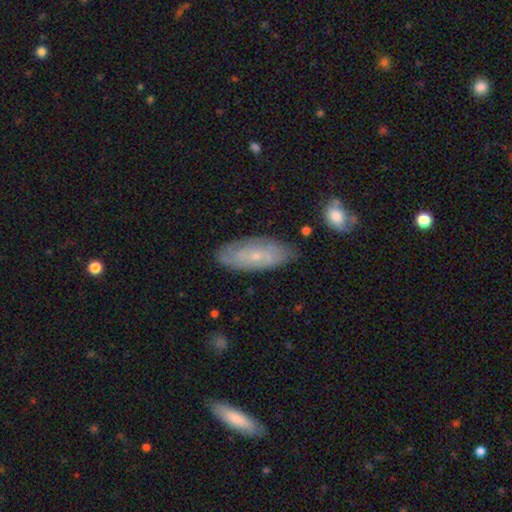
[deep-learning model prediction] Smooth or featured: featured or disk — 56% (smooth — 37%)
Edge-on disk: no — 86% (yes — 14%)
Merging: none — 77% (minor disturbance — 17%)